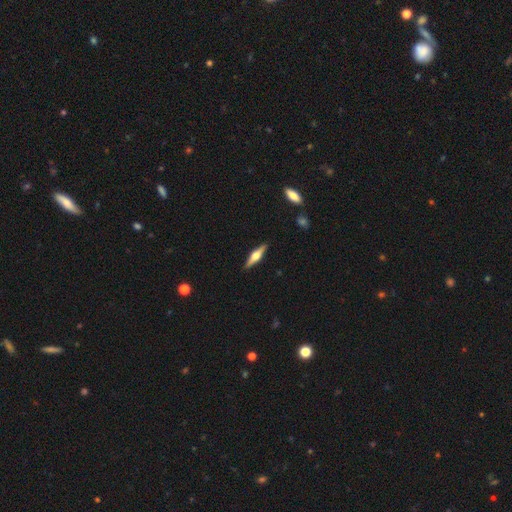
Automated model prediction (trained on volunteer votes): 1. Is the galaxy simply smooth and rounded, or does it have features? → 68% featured or disk, 27% smooth, 6% star or artifact.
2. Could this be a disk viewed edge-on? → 97% yes, 3% no.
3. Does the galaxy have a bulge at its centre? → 93% rounded, 5% boxy, 2% none.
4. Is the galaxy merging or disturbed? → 90% none, 7% minor disturbance, 2% major disturbance, 1% merger.